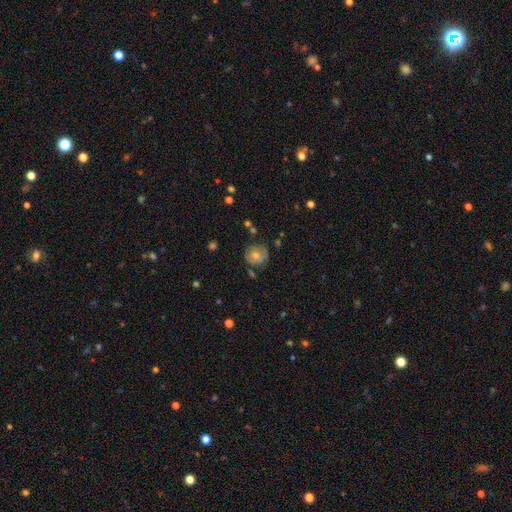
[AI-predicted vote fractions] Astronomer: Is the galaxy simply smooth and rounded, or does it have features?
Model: smooth — 53% (runner-up: featured or disk, 35%).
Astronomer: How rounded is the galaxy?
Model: round — 84%.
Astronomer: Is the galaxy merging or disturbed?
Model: none — 73%.